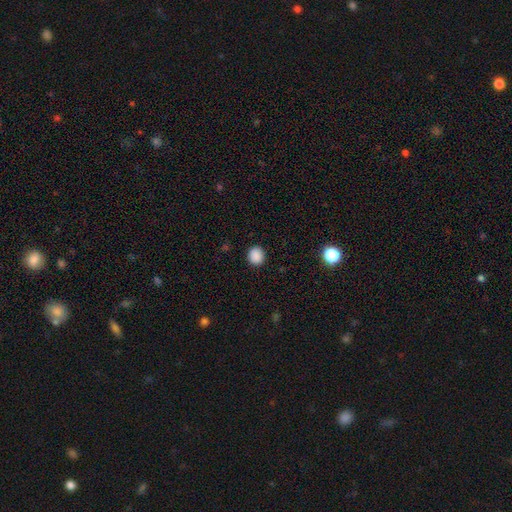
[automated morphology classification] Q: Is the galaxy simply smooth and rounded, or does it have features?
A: smooth — 88%.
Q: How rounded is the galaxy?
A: round — 81%.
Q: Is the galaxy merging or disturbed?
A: none — 91%.